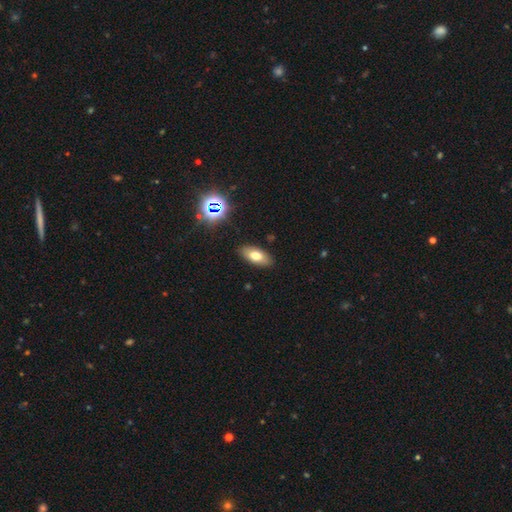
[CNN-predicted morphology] Smooth or featured: smooth — 71% (featured or disk — 18%)
How rounded: in between — 87% (cigar-shaped — 9%)
Merging: none — 87% (minor disturbance — 9%)